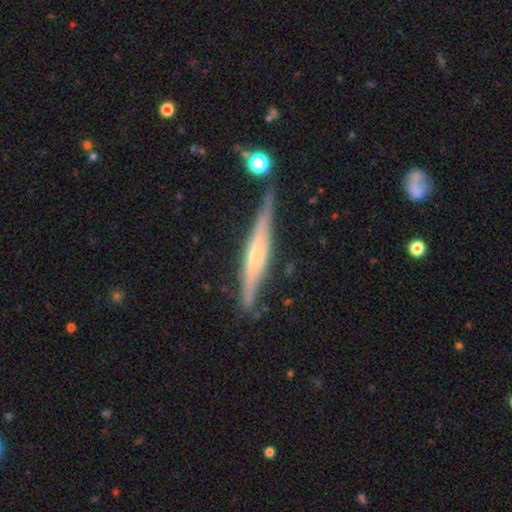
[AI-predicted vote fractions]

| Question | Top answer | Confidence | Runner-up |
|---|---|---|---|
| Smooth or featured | featured or disk | 70% | smooth (23%) |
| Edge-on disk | yes | 95% | no (5%) |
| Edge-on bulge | rounded | 51% | none (33%) |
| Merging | none | 74% | minor disturbance (18%) |